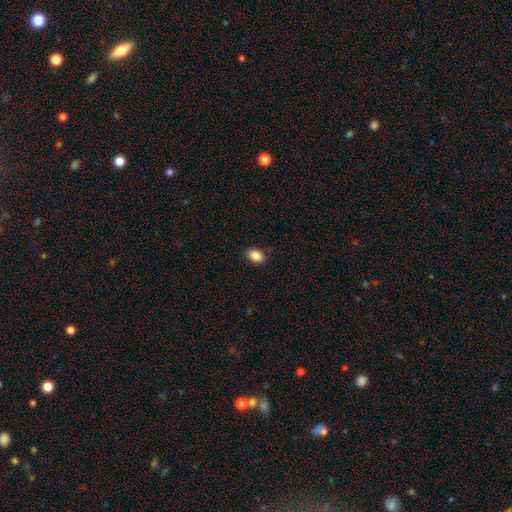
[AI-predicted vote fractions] Smooth or featured? Predicted: smooth (p=0.87). How rounded? Predicted: in between (p=0.76). Merging? Predicted: none (p=0.87).